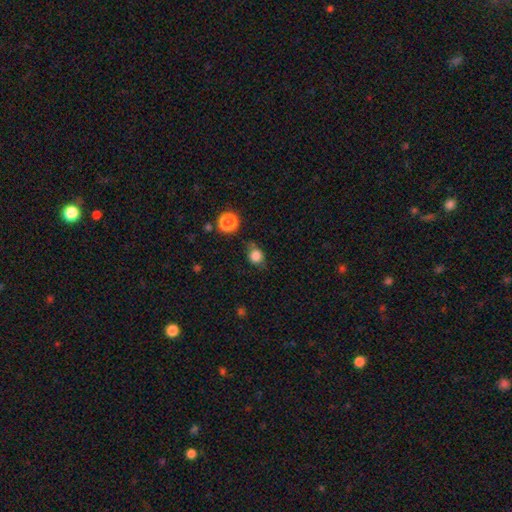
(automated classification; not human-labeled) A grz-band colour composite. It shows a smooth galaxy with no disk features (83%) that is round (75%). Merging: none (67%).